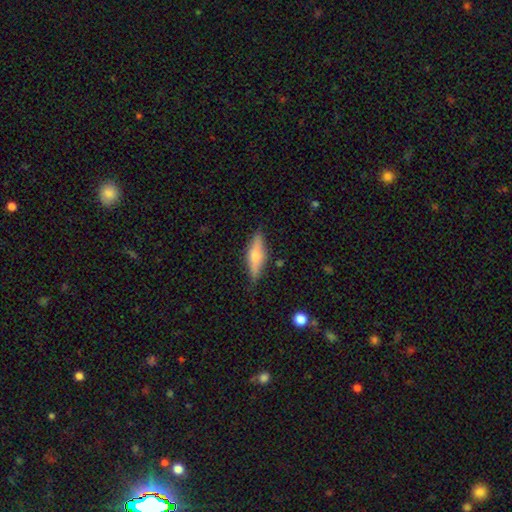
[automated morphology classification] Overall: featured or disk (48%; smooth 46%). Merging: none (82%).